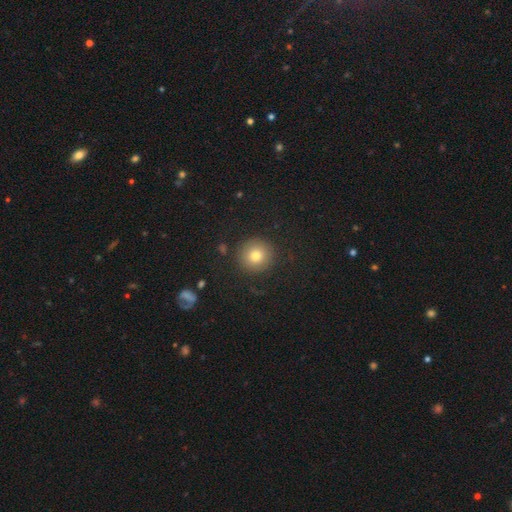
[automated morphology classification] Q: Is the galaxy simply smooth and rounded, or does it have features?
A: smooth — 77%.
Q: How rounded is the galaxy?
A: round — 93%.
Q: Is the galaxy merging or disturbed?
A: none — 89%.